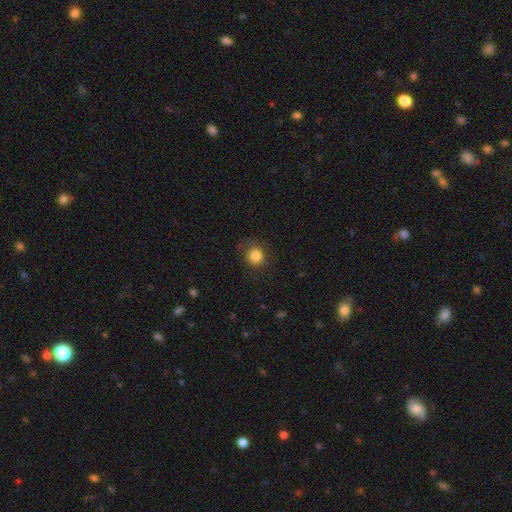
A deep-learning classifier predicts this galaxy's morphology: Overall: smooth (84%). How rounded: round (87%). Merging: none (76%).